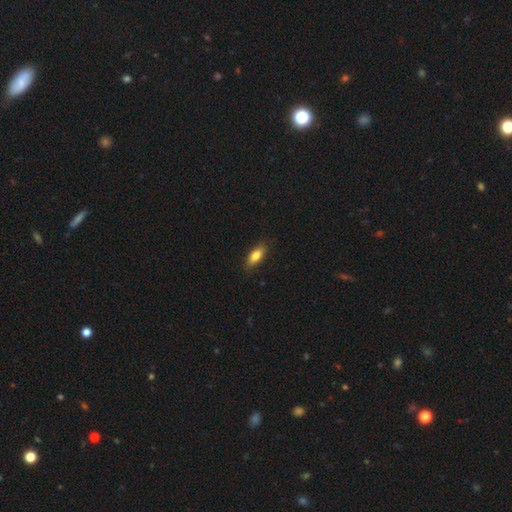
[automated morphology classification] A smooth galaxy with no disk features (79%) that is in between round and cigar-shaped (73%).

Vote fractions:
- Smooth or featured? smooth: 79% / featured or disk: 14% / star or artifact: 7%
- How rounded? in between: 73% / cigar-shaped: 24% / round: 3%
- Merging? none: 85% / minor disturbance: 12% / major disturbance: 2% / merger: 1%